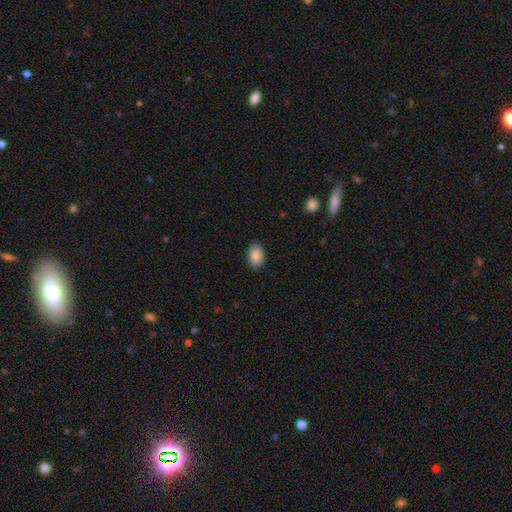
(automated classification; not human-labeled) A smooth galaxy with no disk features (89%) that is in between round and cigar-shaped (88%). Merging: none (88%).